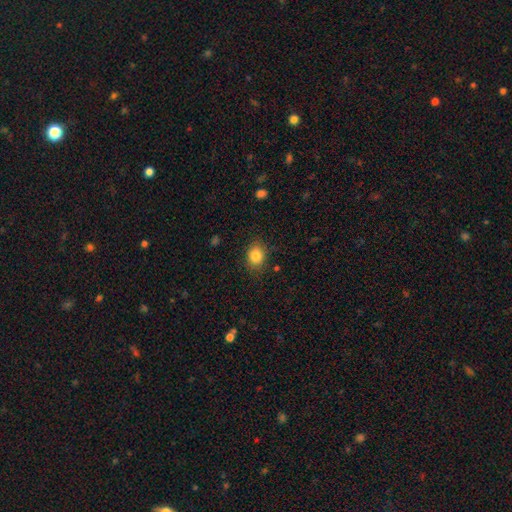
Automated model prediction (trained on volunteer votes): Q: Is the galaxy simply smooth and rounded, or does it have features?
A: smooth — 84%.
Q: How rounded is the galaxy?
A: round — 53%.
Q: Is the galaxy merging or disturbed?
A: none — 84%.